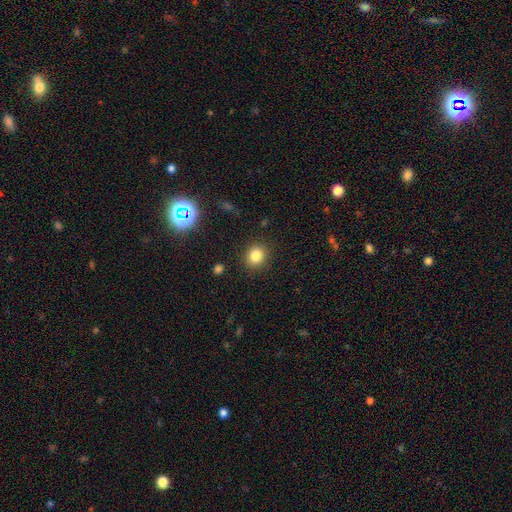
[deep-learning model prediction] Smooth or featured: smooth — 82% (star or artifact — 13%)
How rounded: round — 79% (in between — 20%)
Merging: none — 89% (minor disturbance — 7%)